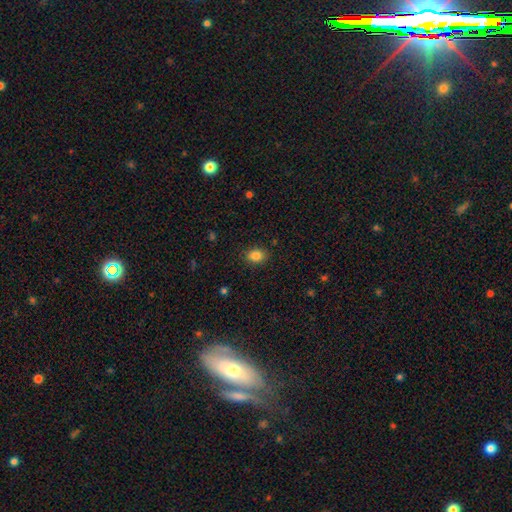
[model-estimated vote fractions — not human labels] Smooth or featured?
  - smooth: 85% *
  - star or artifact: 10%
  - featured or disk: 5%
How rounded?
  - in between: 65% *
  - round: 34%
  - cigar-shaped: 1%
Merging?
  - none: 87% *
  - minor disturbance: 9%
  - major disturbance: 2%
  - merger: 1%